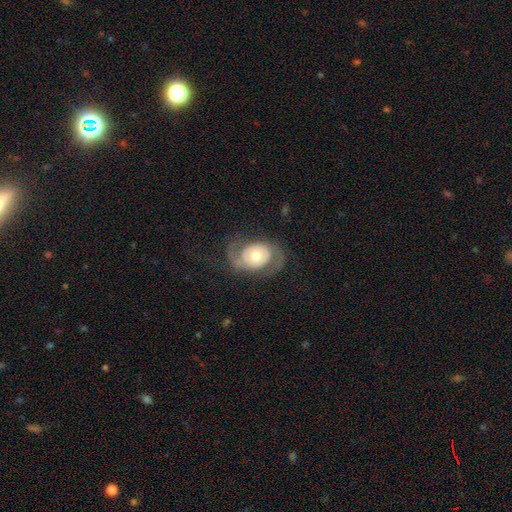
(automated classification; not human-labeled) This appears to be a featured or disk galaxy (77%) with no bar (76%), 2 (82%) medium (40%) spiral arms (83%) and a moderate central bulge (73%). Merging: none (63%).